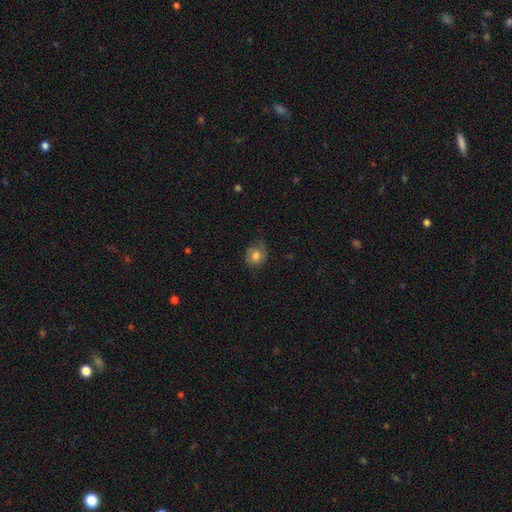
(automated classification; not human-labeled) Smooth or featured: smooth — 71% (featured or disk — 21%)
How rounded: round — 74% (in between — 25%)
Merging: none — 56% (minor disturbance — 29%)